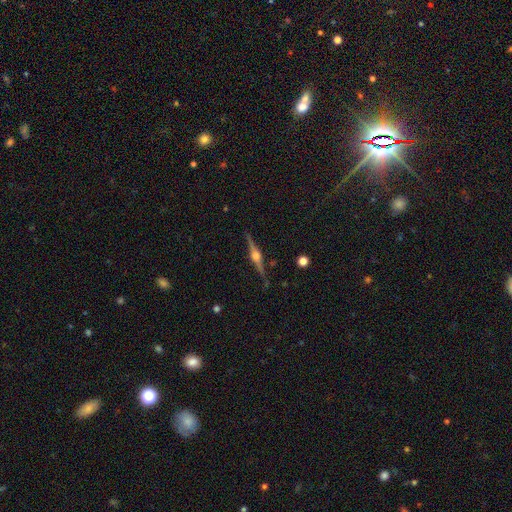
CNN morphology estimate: A featured or disk galaxy (87%) viewed edge-on (98%) with a rounded central bulge (93%). Merging: none (89%).